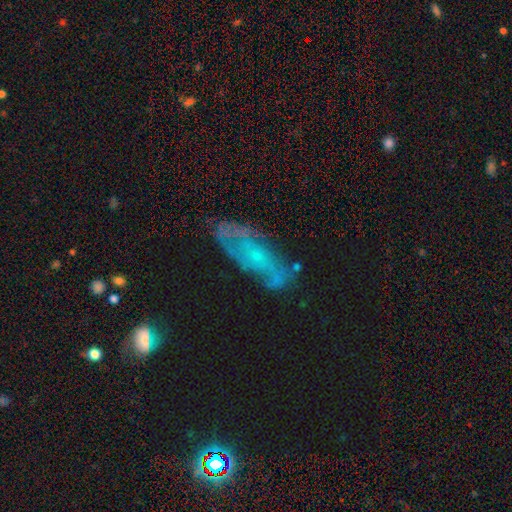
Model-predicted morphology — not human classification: Q: Smooth or featured?
A: featured or disk (66%); runner-up: smooth (24%)
Q: Edge-on disk?
A: no (85%); runner-up: yes (15%)
Q: Bar?
A: no (75%); runner-up: weak (20%)
Q: Spiral arms?
A: yes (67%); runner-up: no (33%)
Q: Bulge size?
A: small (74%); runner-up: moderate (13%)
Q: Merging?
A: none (60%); runner-up: minor disturbance (24%)